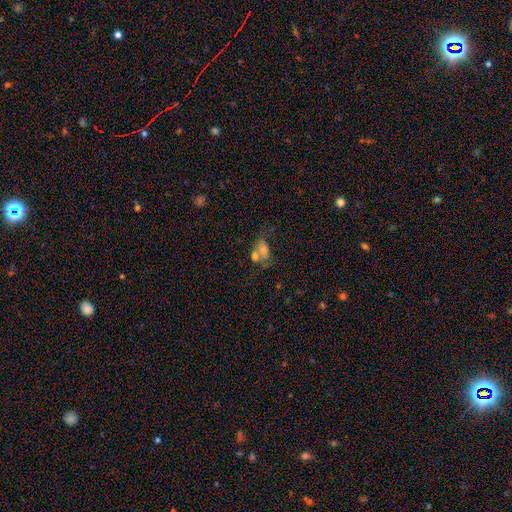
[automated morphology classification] Smooth or featured? Predicted: smooth (p=0.66). How rounded? Predicted: in between (p=0.73). Merging? Predicted: merger (p=0.49).